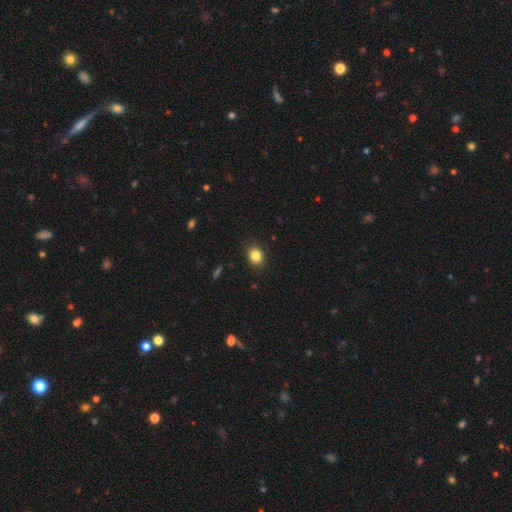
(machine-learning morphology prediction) Smooth or featured? smooth (84%)
How rounded? round (70%)
Merging? none (88%)